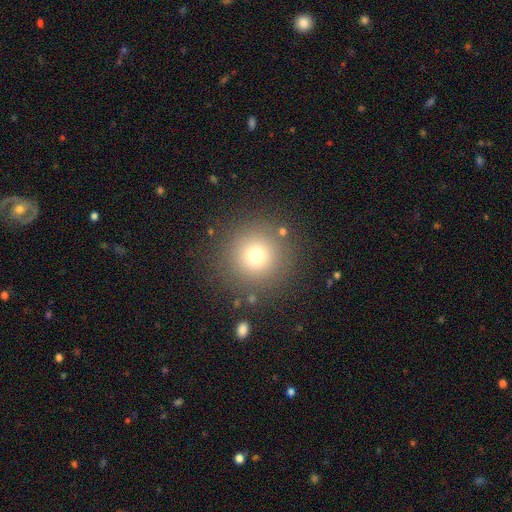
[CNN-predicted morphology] The model was most divided on "smooth or featured": smooth: 74%, star or artifact: 16%, featured or disk: 10%. More confident: how rounded — round (96%); merging — none (87%).